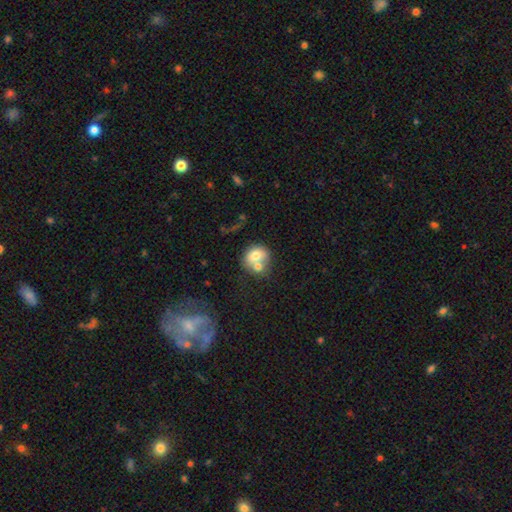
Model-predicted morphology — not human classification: A smooth galaxy with no disk features (68%) that is round (70%).

Vote fractions:
- Smooth or featured? smooth: 68% / featured or disk: 24% / star or artifact: 9%
- How rounded? round: 70% / in between: 29% / cigar-shaped: 1%
- Merging? merger: 57% / none: 29% / minor disturbance: 9% / major disturbance: 5%